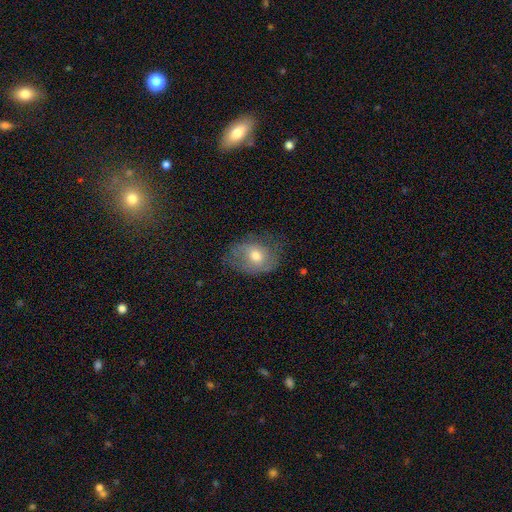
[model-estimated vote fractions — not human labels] Smooth or featured? Predicted: smooth (p=0.51). How rounded? Predicted: in between (p=0.59). Merging? Predicted: none (p=0.58).